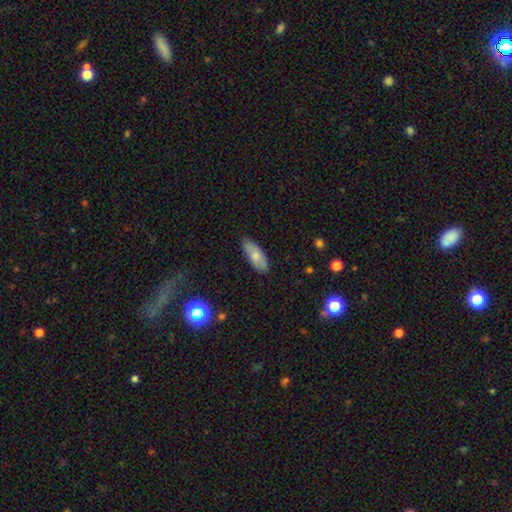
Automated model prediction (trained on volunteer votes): Overall: smooth (74%). How rounded: in between (80%). Merging: none (82%).